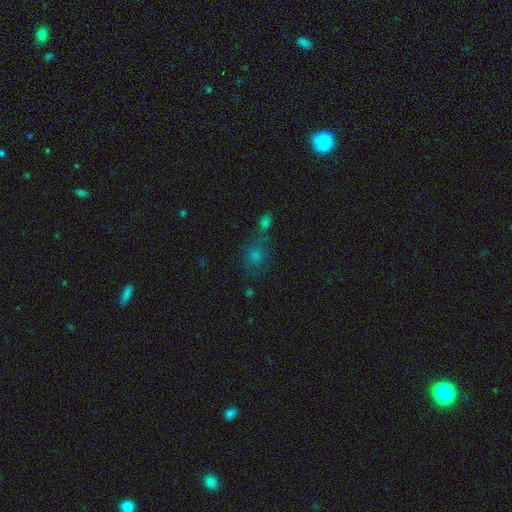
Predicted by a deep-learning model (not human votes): Smooth or featured? smooth (53%)
How rounded? round (62%)
Merging? none (56%)